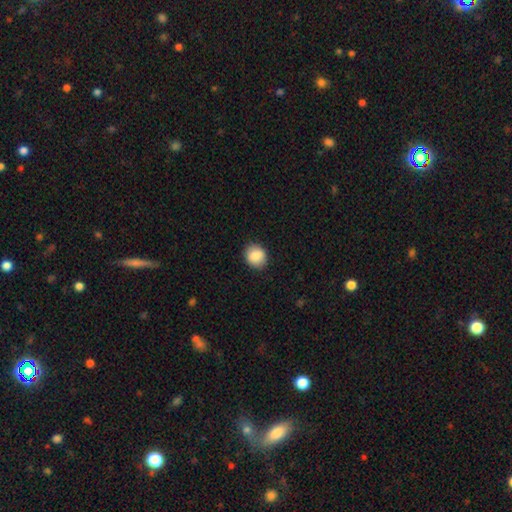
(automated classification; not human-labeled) smooth-or-featured: smooth: 88% | star or artifact: 8% | featured or disk: 4%
  how-rounded: round: 75% | in between: 24% | cigar-shaped: 1%
  merging: none: 88% | minor disturbance: 9% | major disturbance: 2% | merger: 1%